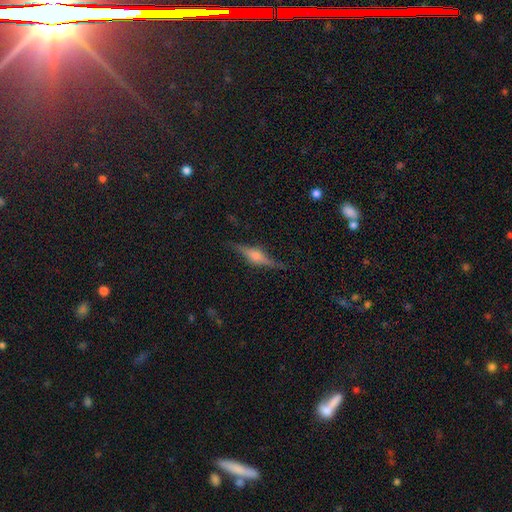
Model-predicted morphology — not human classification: A featured or disk galaxy (76%) viewed edge-on (97%) with a rounded central bulge (83%).

Vote fractions:
- Smooth or featured? featured or disk: 76% / smooth: 15% / star or artifact: 8%
- Edge-on disk? yes: 97% / no: 3%
- Edge-on bulge? rounded: 83% / boxy: 14% / none: 3%
- Merging? none: 85% / minor disturbance: 11% / major disturbance: 3% / merger: 1%